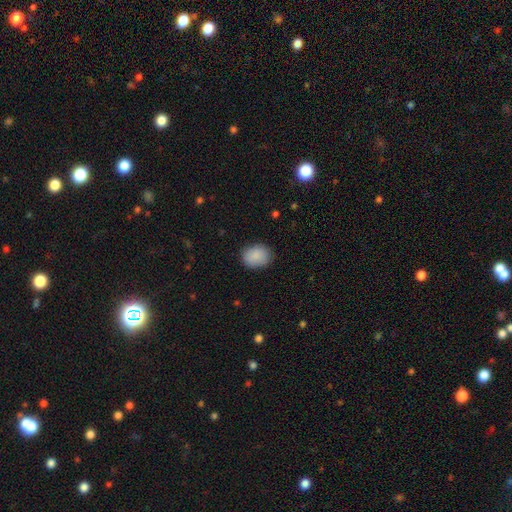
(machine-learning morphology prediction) smooth-or-featured: smooth: 88% | star or artifact: 7% | featured or disk: 4%
  how-rounded: in between: 52% | round: 47% | cigar-shaped: 1%
  merging: none: 83% | minor disturbance: 13% | major disturbance: 3% | merger: 1%